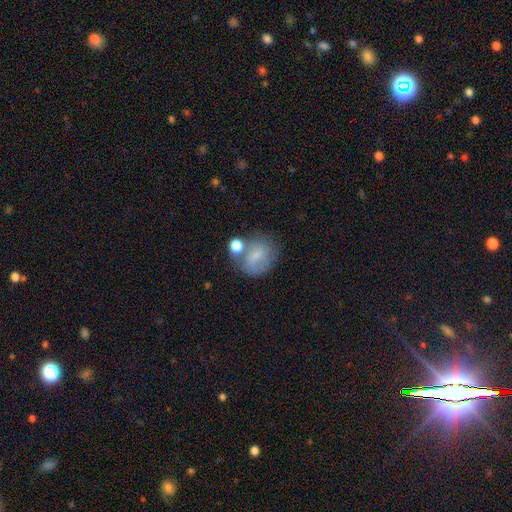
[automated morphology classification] Smooth or featured: smooth — 64% (featured or disk — 26%)
How rounded: round — 57% (in between — 42%)
Merging: none — 49% (minor disturbance — 21%)